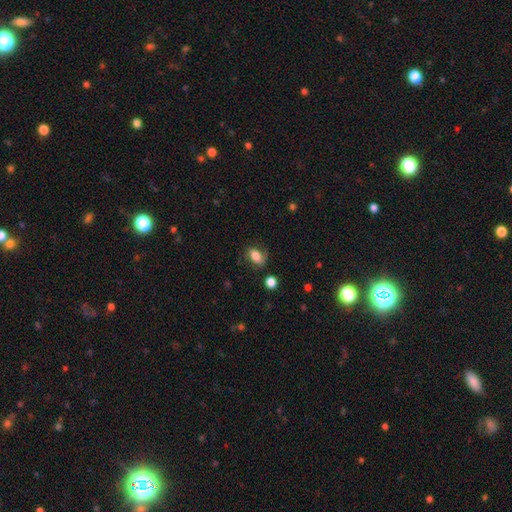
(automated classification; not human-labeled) Q: Smooth or featured?
A: smooth (64%); runner-up: featured or disk (27%)
Q: How rounded?
A: in between (83%); runner-up: round (14%)
Q: Merging?
A: none (64%); runner-up: minor disturbance (23%)